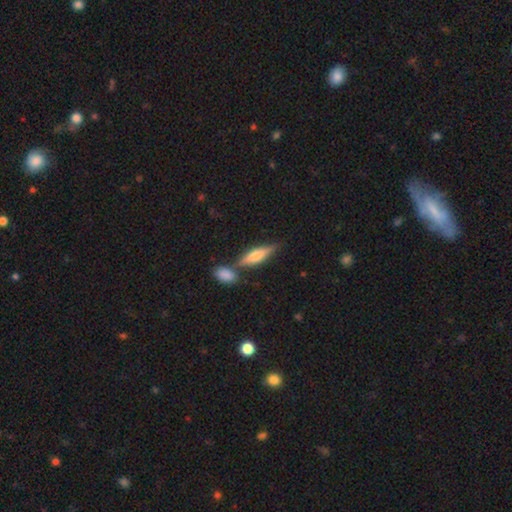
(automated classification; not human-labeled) This is possibly a smooth galaxy (50%). How rounded: likely cigar-shaped (63%). Merging: likely none (64%).